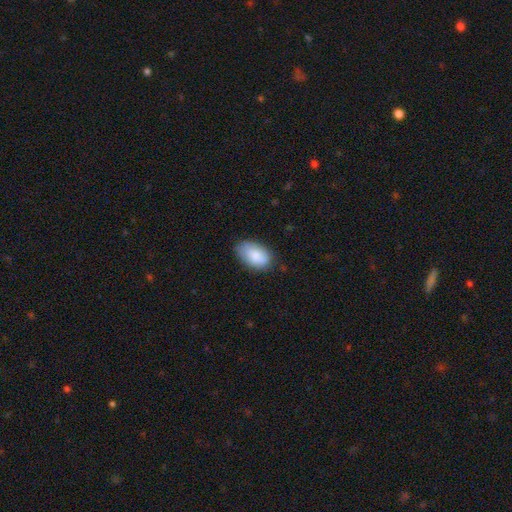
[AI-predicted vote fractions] Morphology: type=smooth (85%); roundness=in between (93%); merging=none (72%).